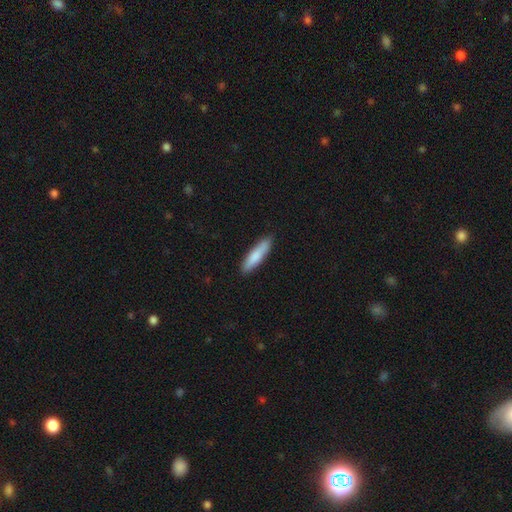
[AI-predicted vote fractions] Smooth or featured? smooth (82%)
How rounded? cigar-shaped (80%)
Merging? none (89%)